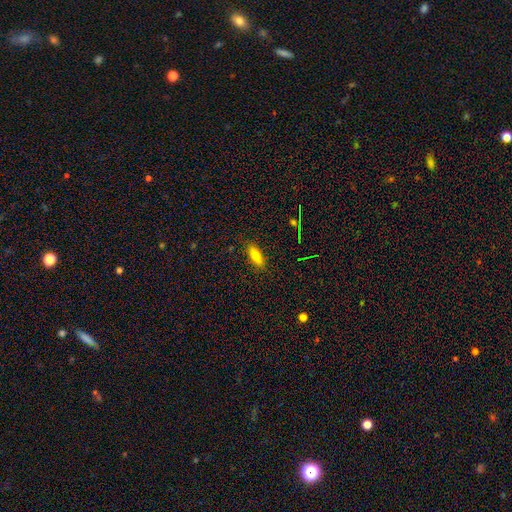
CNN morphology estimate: smooth_or_featured: smooth (p=0.78) [alt: featured or disk p=0.12]
how_rounded: in between (p=0.67) [alt: cigar-shaped p=0.31]
merging: none (p=0.87) [alt: minor disturbance p=0.10]